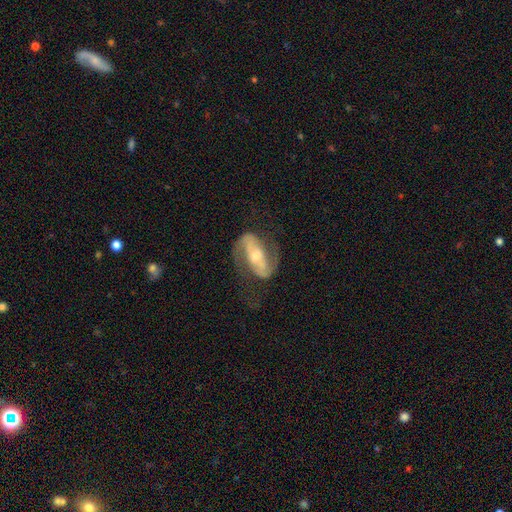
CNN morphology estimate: Overall: featured or disk (86%). Edge-on disk: no (95%). Bar: strong (56%; weak 27%). Spiral arms: yes (94%). Spiral arm count: 2 (92%). Spiral winding: medium (50%; loose 32%). Bulge size: moderate (53%; small 39%). Merging: none (70%).